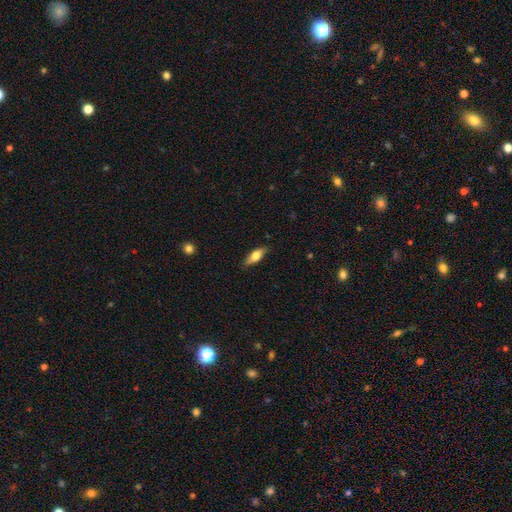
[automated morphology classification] Q: Smooth or featured?
A: smooth (65%); runner-up: featured or disk (29%)
Q: How rounded?
A: in between (64%); runner-up: cigar-shaped (33%)
Q: Merging?
A: none (84%); runner-up: minor disturbance (13%)